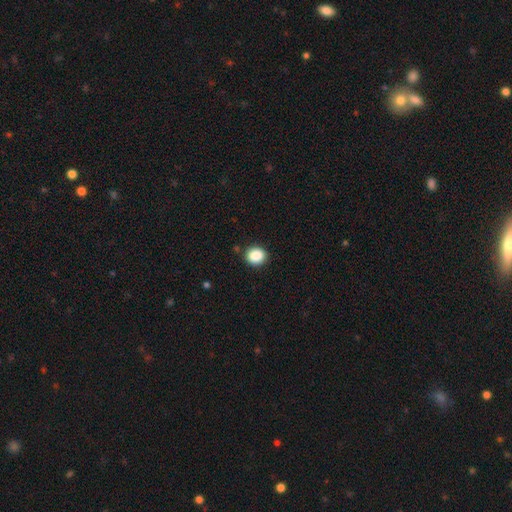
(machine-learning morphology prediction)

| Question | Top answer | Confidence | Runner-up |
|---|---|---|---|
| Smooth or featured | smooth | 88% | star or artifact (9%) |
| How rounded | round | 80% | in between (19%) |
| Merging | none | 89% | minor disturbance (8%) |